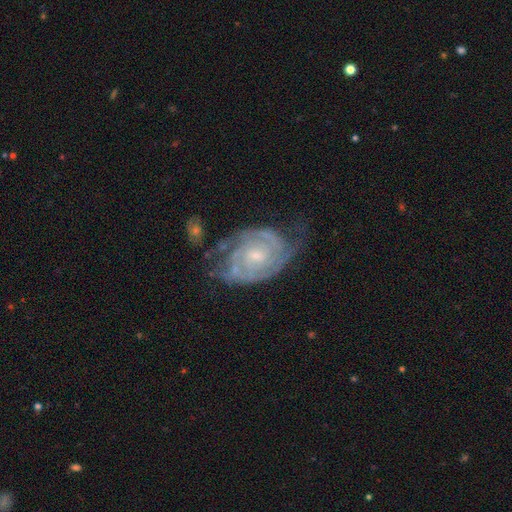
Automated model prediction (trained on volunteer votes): A featured or disk galaxy (86%) with no bar (63%), 2 (51%) tight (65%) spiral arms (95%) and a small central bulge (60%).

Vote fractions:
- Smooth or featured? featured or disk: 86% / smooth: 8% / star or artifact: 6%
- Edge-on disk? no: 97% / yes: 3%
- Bar? no: 63% / weak: 31% / strong: 6%
- Spiral arms? yes: 95% / no: 5%
- Spiral winding? tight: 65% / medium: 29% / loose: 6%
- Spiral arm count? 2: 51% / can't tell: 23% / 3: 15% / 4: 4% / 1: 4% / more than 4: 3%
- Bulge size? small: 60% / moderate: 34% / none: 3% / large: 2% / dominant: 1%
- Merging? none: 57% / minor disturbance: 26% / major disturbance: 14% / merger: 4%